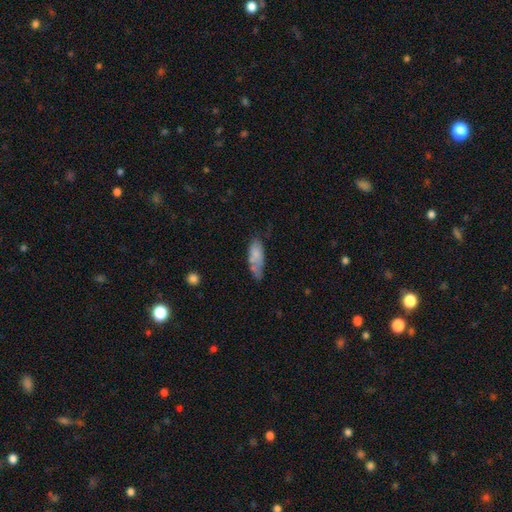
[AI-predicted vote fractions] smooth_or_featured: smooth (p=0.73) [alt: featured or disk p=0.20]
how_rounded: in between (p=0.72) [alt: cigar-shaped p=0.26]
merging: none (p=0.45) [alt: minor disturbance p=0.32]